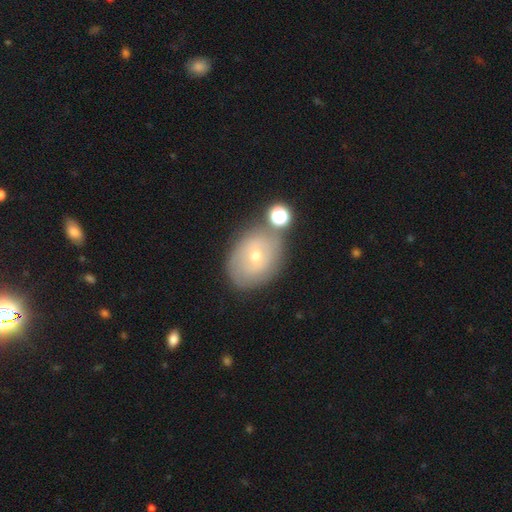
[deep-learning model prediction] Q: Smooth or featured?
A: featured or disk (50%); runner-up: smooth (39%)
Q: Edge-on disk?
A: no (94%); runner-up: yes (6%)
Q: Merging?
A: none (67%); runner-up: minor disturbance (17%)